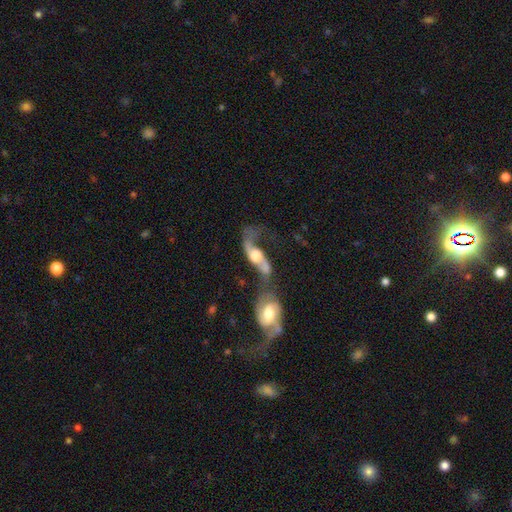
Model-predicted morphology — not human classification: featured or disk 75%, smooth 19%, star or artifact 6%. Down the decision tree: edge-on disk — no (87%); bar — no (52%); spiral arms — yes (88%); spiral arm count — 2 (81%); spiral winding — loose (75%); bulge size — moderate (48%); merging — merger (68%).